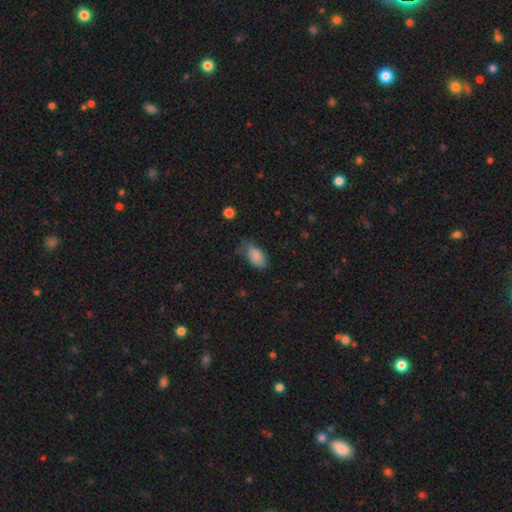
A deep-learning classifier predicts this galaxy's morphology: smooth_or_featured: smooth (p=0.86) [alt: star or artifact p=0.08]
how_rounded: in between (p=0.92) [alt: round p=0.05]
merging: none (p=0.53) [alt: minor disturbance p=0.35]